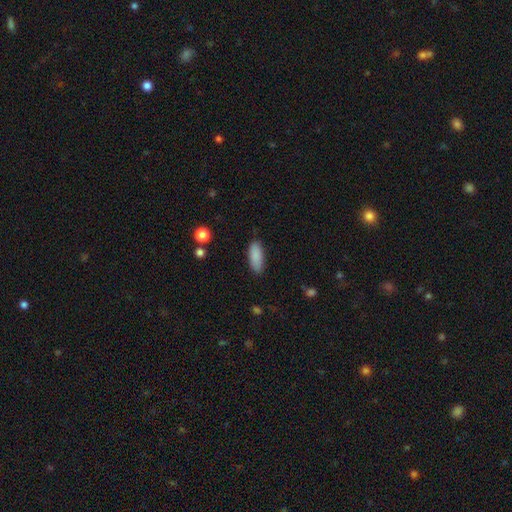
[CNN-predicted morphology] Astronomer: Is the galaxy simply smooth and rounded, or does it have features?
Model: smooth — 89%.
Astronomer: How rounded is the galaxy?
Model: in between — 79%.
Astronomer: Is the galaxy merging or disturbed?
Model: none — 85%.